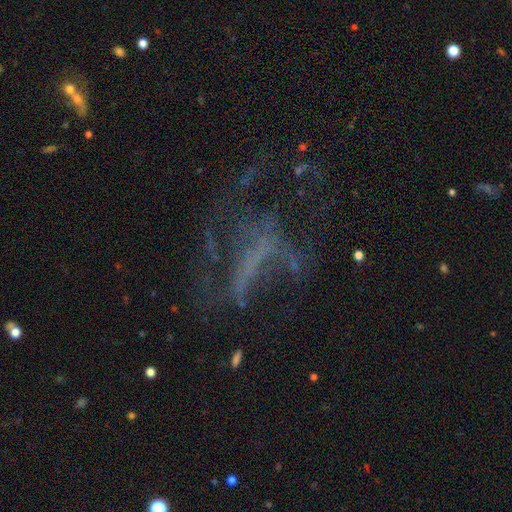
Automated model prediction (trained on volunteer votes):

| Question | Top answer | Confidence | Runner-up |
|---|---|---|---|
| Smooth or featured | featured or disk | 51% | star or artifact (31%) |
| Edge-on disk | no | 90% | yes (10%) |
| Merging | major disturbance | 43% | none (38%) |